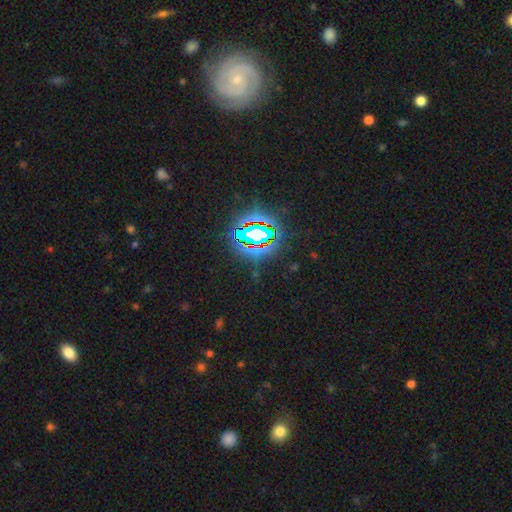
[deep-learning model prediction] smooth_or_featured: star or artifact (p=0.79) [alt: smooth p=0.12]